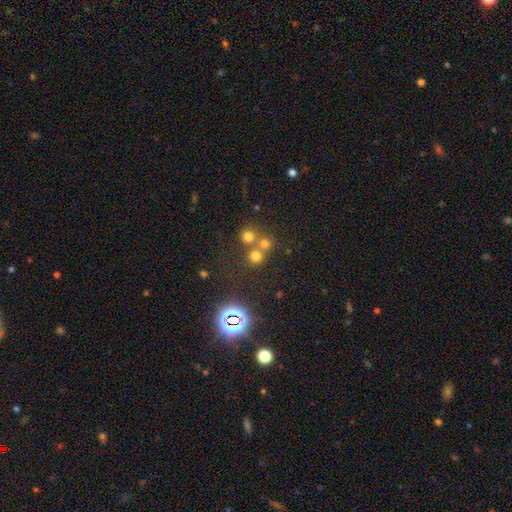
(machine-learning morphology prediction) Overall: smooth (59%; star or artifact 31%). How rounded: round (89%). Merging: none (58%; merger 33%).